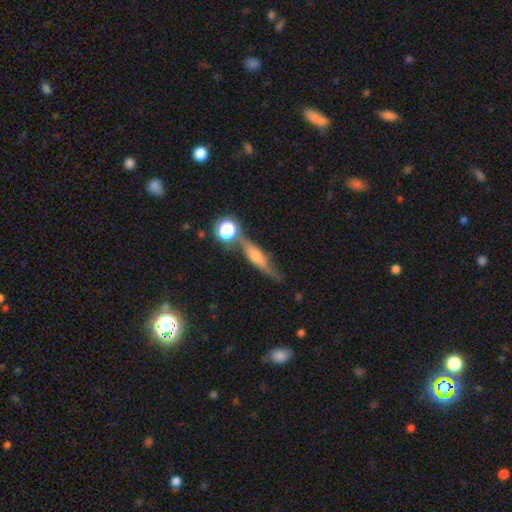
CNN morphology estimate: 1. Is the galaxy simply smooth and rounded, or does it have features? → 58% featured or disk, 31% smooth, 10% star or artifact.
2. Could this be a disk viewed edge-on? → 82% yes, 18% no.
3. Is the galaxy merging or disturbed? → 64% none, 18% minor disturbance, 12% merger, 6% major disturbance.